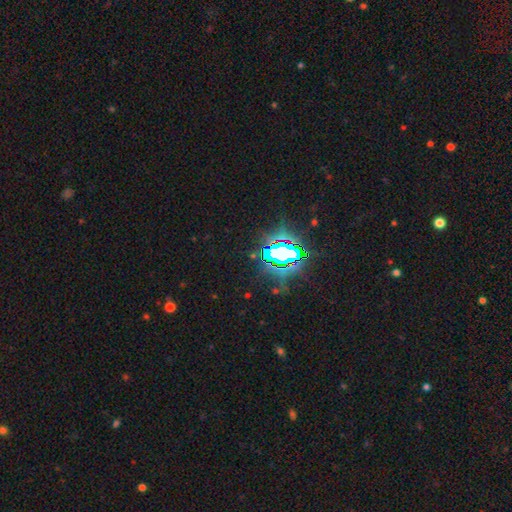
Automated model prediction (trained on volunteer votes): smooth_or_featured: star or artifact (p=0.81) [alt: smooth p=0.10]